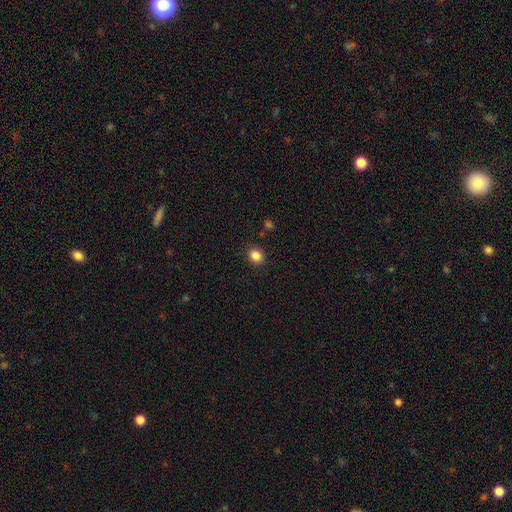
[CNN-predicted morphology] A smooth galaxy with no disk features (85%) that is round (59%).

Vote fractions:
- Smooth or featured? smooth: 85% / star or artifact: 11% / featured or disk: 4%
- How rounded? round: 59% / in between: 40% / cigar-shaped: 1%
- Merging? none: 89% / minor disturbance: 7% / major disturbance: 2% / merger: 2%